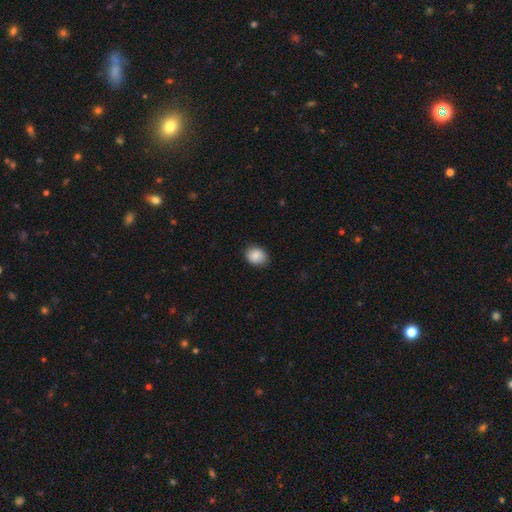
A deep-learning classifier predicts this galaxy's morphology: Smooth or featured? smooth (86%)
How rounded? in between (52%)
Merging? none (83%)